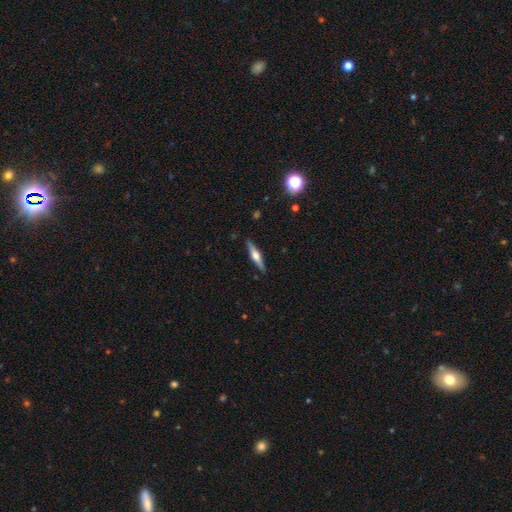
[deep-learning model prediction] Smooth or featured: featured or disk — 62% (smooth — 32%)
Edge-on disk: yes — 97% (no — 3%)
Edge-on bulge: rounded — 89% (boxy — 7%)
Merging: none — 90% (minor disturbance — 7%)